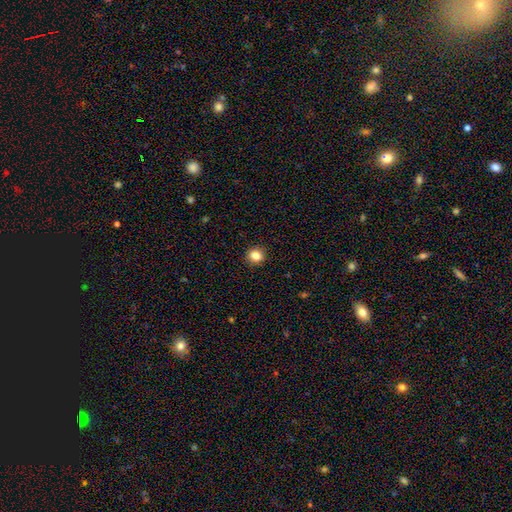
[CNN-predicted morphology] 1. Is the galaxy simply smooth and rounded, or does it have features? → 84% smooth, 11% star or artifact, 5% featured or disk.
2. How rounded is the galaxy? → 81% round, 18% in between, 1% cigar-shaped.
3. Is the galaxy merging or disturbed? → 91% none, 6% minor disturbance, 2% major disturbance, 1% merger.